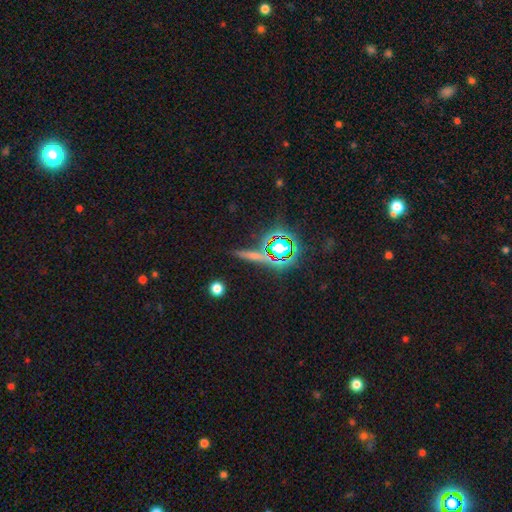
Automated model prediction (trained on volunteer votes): Overall: star or artifact (60%; smooth 23%).